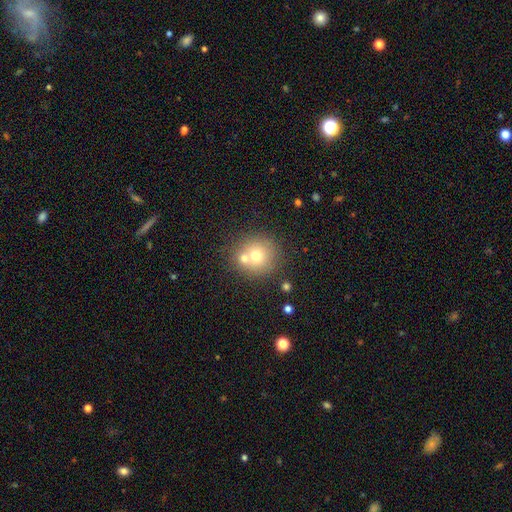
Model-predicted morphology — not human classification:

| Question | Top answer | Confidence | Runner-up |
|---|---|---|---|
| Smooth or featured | smooth | 68% | featured or disk (19%) |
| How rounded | round | 92% | in between (7%) |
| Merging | none | 57% | merger (32%) |